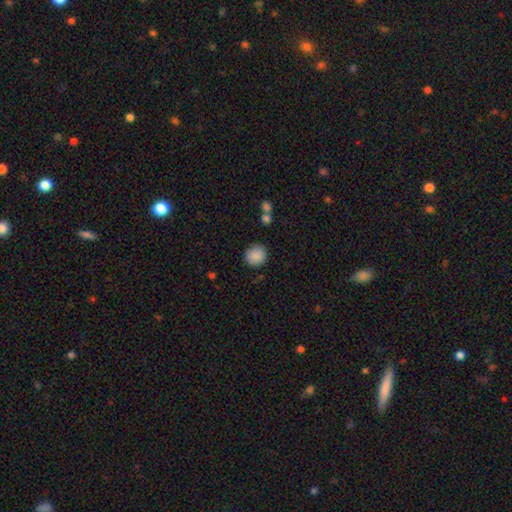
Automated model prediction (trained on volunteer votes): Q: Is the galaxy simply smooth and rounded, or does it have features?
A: smooth — 88%.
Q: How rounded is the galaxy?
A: round — 86%.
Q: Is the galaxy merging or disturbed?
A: none — 85%.